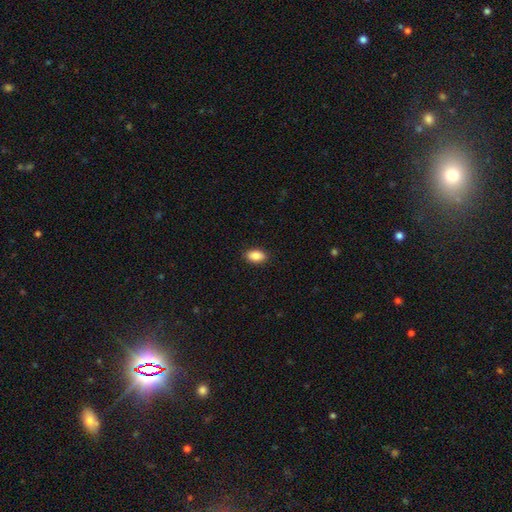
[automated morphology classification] smooth-or-featured: smooth: 88% | star or artifact: 7% | featured or disk: 5%
  how-rounded: in between: 91% | round: 7% | cigar-shaped: 2%
  merging: none: 90% | minor disturbance: 7% | major disturbance: 2% | merger: 1%